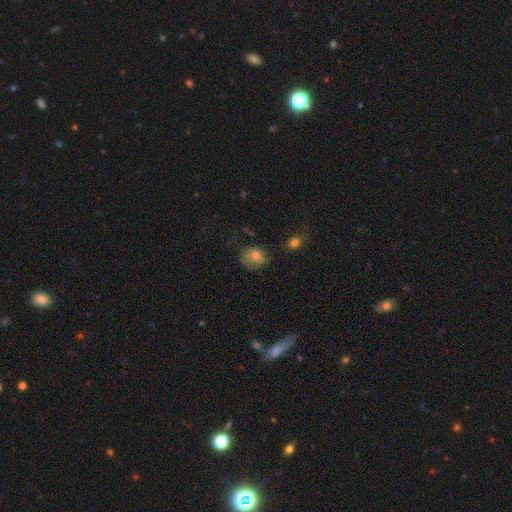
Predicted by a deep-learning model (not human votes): Q: Smooth or featured?
A: smooth (72%); runner-up: featured or disk (17%)
Q: How rounded?
A: round (56%); runner-up: in between (43%)
Q: Merging?
A: none (52%); runner-up: minor disturbance (30%)